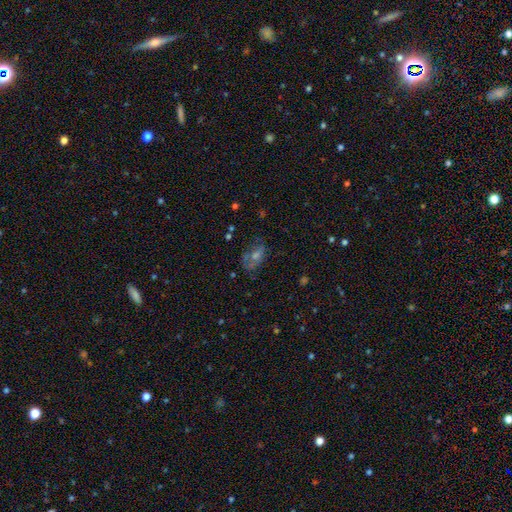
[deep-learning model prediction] This is marginally a featured or disk galaxy (41%). Merging: possibly none (57%).